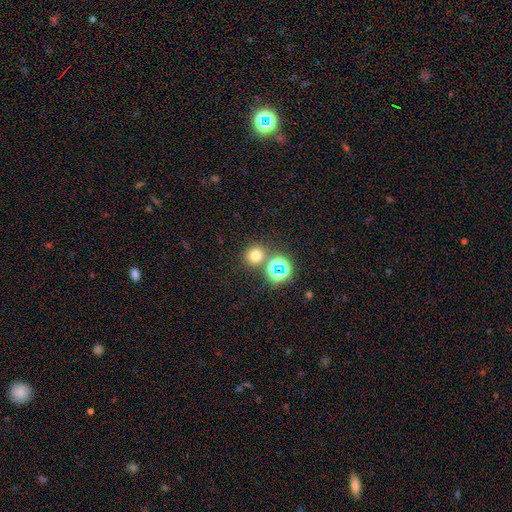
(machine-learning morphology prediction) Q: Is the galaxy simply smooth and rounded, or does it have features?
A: smooth — 68%.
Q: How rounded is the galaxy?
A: round — 90%.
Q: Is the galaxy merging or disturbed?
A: none — 77%.